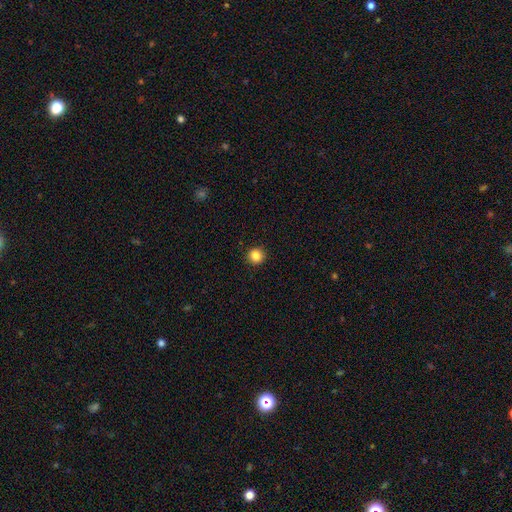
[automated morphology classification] A smooth galaxy with no disk features (86%) that is round (94%). Merging: none (93%).